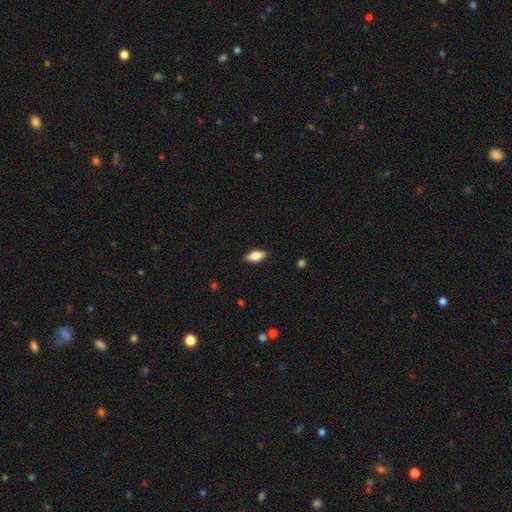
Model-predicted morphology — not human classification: This appears to be a smooth galaxy with no disk features (78%) that is in between round and cigar-shaped (88%). Merging: none (86%).